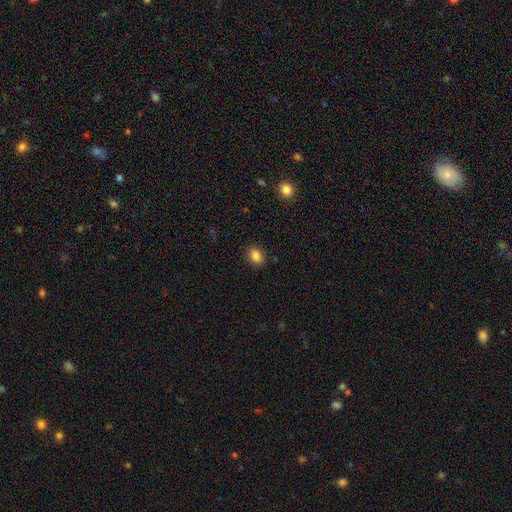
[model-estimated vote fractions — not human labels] smooth_or_featured: smooth (p=0.85) [alt: star or artifact p=0.10]
how_rounded: in between (p=0.77) [alt: round p=0.22]
merging: none (p=0.87) [alt: minor disturbance p=0.09]